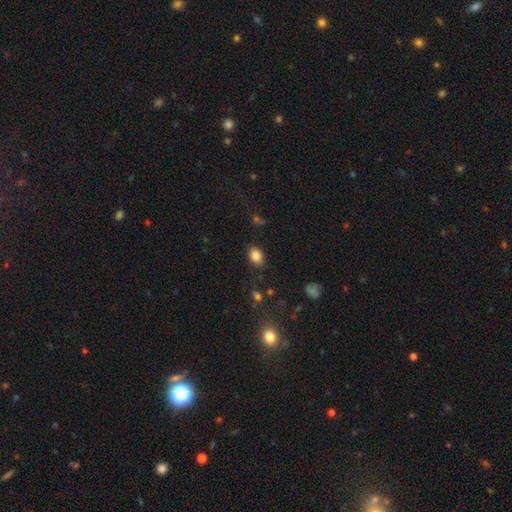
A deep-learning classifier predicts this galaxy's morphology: smooth-or-featured: smooth: 84% | star or artifact: 10% | featured or disk: 6%
  how-rounded: in between: 78% | round: 21% | cigar-shaped: 1%
  merging: none: 83% | minor disturbance: 12% | major disturbance: 3% | merger: 2%